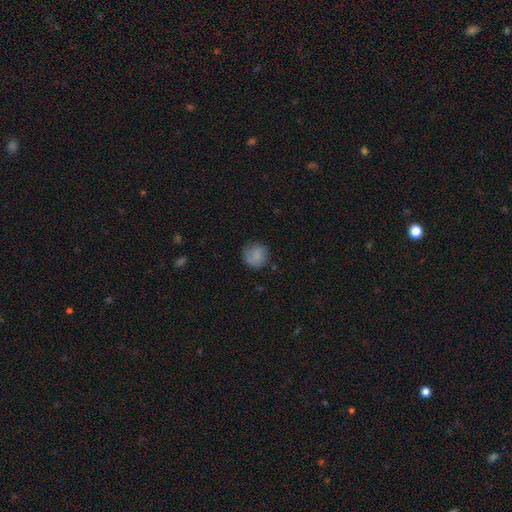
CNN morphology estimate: type=smooth (79%); roundness=round (87%); merging=none (72%).